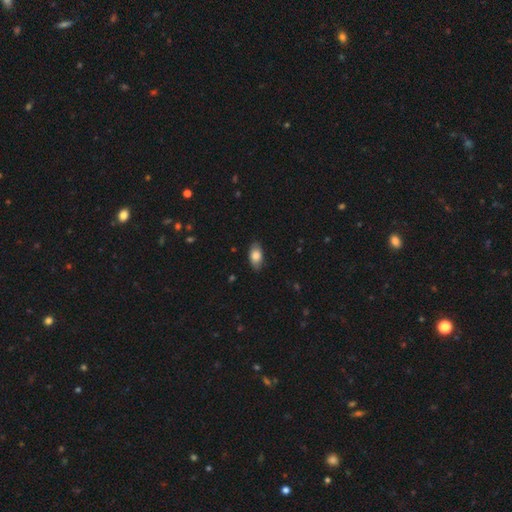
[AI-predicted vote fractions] Morphology: type=smooth (82%); roundness=in between (91%); merging=none (83%).